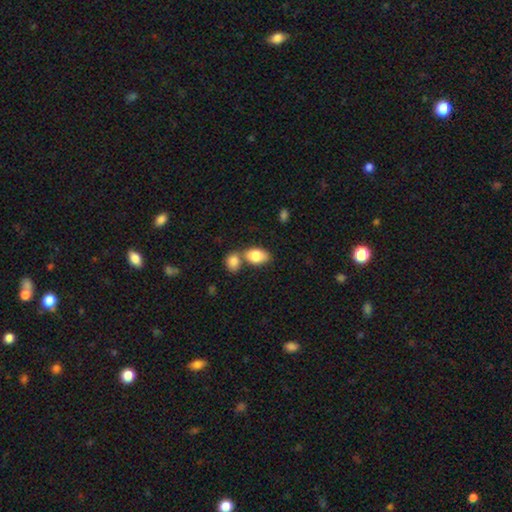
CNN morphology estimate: type=smooth (83%); roundness=in between (88%); merging=none (46%).